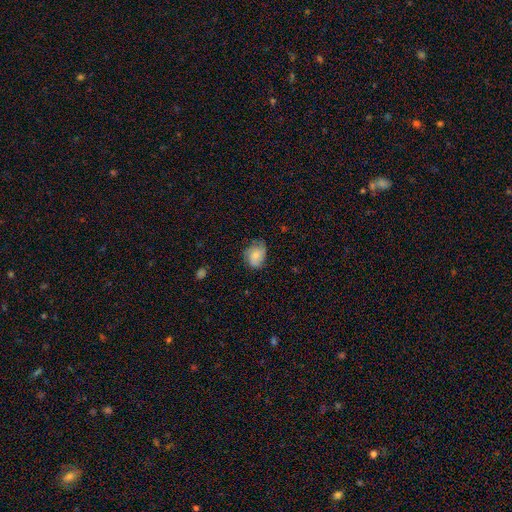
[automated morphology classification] smooth_or_featured: smooth (p=0.63) [alt: featured or disk p=0.29]
how_rounded: in between (p=0.62) [alt: round p=0.37]
merging: none (p=0.59) [alt: minor disturbance p=0.31]